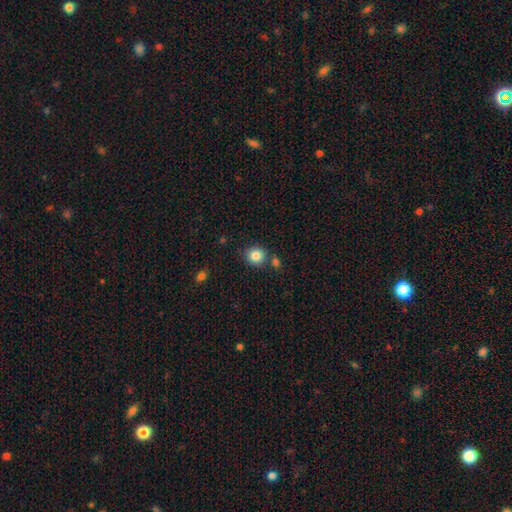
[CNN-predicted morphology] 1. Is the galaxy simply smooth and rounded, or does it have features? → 84% smooth, 10% star or artifact, 6% featured or disk.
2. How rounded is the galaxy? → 83% round, 16% in between, 1% cigar-shaped.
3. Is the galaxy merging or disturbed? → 76% none, 11% merger, 10% minor disturbance, 3% major disturbance.